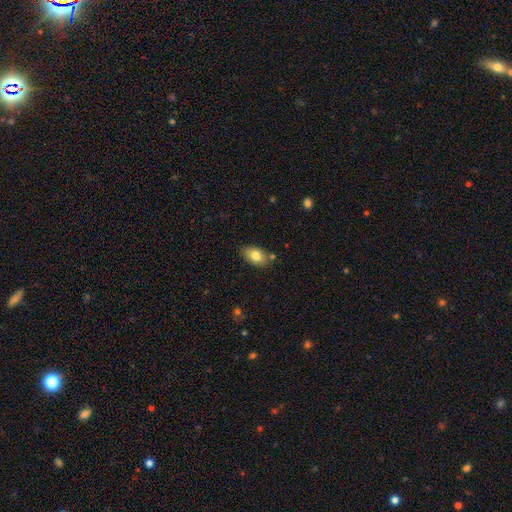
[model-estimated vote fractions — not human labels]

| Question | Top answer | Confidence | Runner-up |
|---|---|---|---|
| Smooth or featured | smooth | 81% | featured or disk (12%) |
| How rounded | in between | 91% | round (8%) |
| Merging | none | 78% | minor disturbance (14%) |